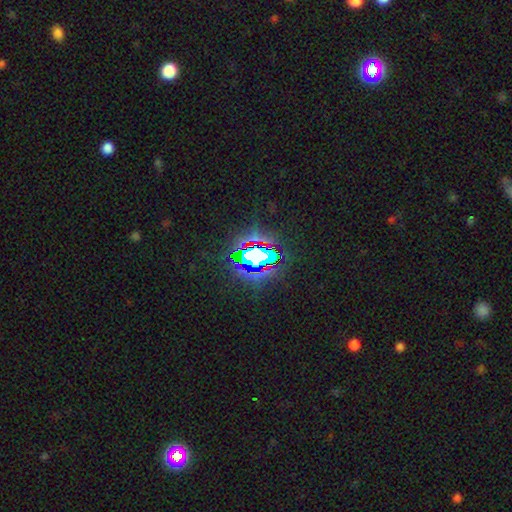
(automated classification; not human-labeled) star or artifact 66%, smooth 19%, featured or disk 15%.